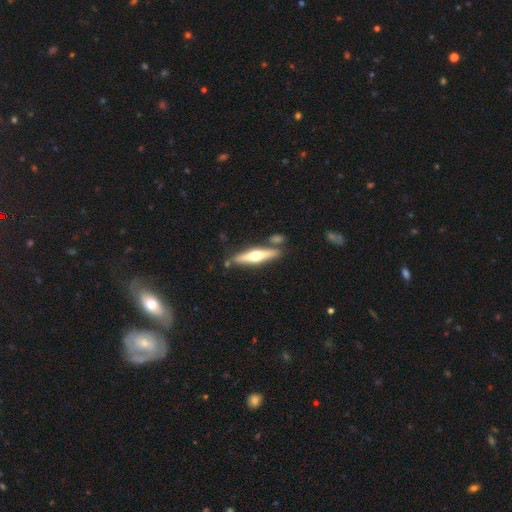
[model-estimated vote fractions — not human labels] This appears to be a featured or disk galaxy (63%) viewed edge-on (95%) with a rounded central bulge (94%). Merging: none (77%).